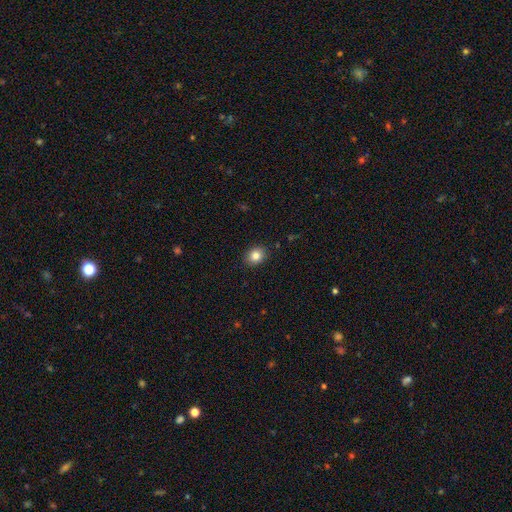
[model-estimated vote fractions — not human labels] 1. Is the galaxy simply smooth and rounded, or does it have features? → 83% smooth, 10% star or artifact, 7% featured or disk.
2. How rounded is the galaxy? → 60% round, 39% in between, 1% cigar-shaped.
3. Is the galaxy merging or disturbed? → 89% none, 8% minor disturbance, 2% major disturbance, 1% merger.